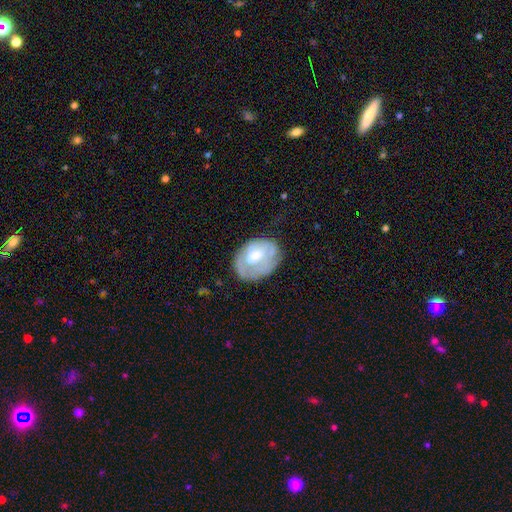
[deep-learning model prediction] Smooth or featured? Predicted: featured or disk (p=0.53). Edge-on disk? Predicted: no (p=0.96). Bar? Predicted: no (p=0.55). Spiral arms? Predicted: no (p=0.56). Bulge size? Predicted: moderate (p=0.42). Merging? Predicted: none (p=0.50).